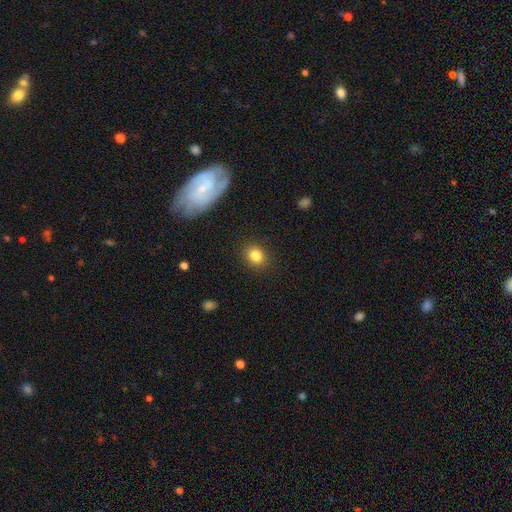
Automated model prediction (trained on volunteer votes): Overall: smooth (84%). How rounded: round (60%; in between 39%). Merging: none (89%).